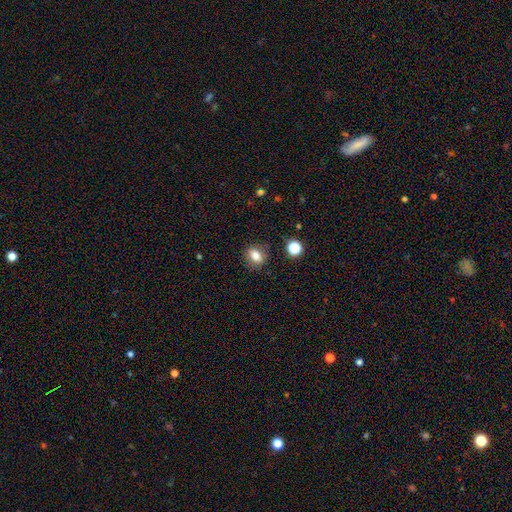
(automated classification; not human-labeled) This appears to be a smooth galaxy with no disk features (77%) that is in between round and cigar-shaped (56%). Merging: none (84%).